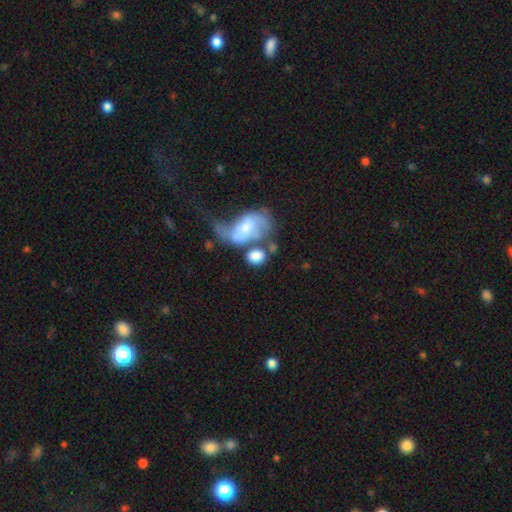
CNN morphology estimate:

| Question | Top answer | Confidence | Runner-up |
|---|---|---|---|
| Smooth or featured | smooth | 74% | featured or disk (19%) |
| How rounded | in between | 65% | round (33%) |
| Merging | merger | 41% | none (29%) |